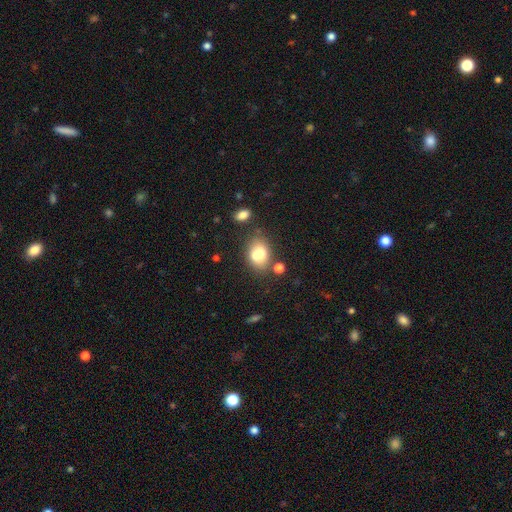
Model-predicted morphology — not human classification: Smooth or featured? Predicted: smooth (p=0.71). How rounded? Predicted: in between (p=0.65). Merging? Predicted: none (p=0.46).